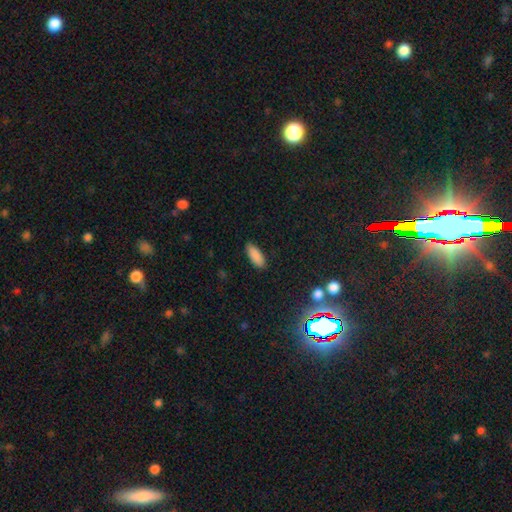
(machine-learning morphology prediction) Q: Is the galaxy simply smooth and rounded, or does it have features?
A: smooth — 89%.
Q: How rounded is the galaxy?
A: in between — 78%.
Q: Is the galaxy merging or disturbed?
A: none — 87%.